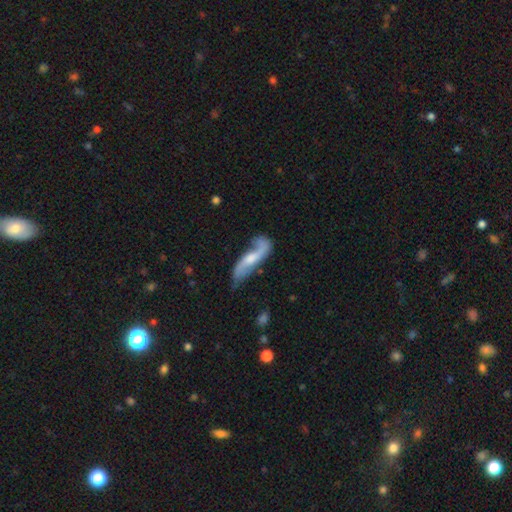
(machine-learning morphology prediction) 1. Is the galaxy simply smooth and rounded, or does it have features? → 78% featured or disk, 16% smooth, 7% star or artifact.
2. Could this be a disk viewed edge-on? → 83% no, 17% yes.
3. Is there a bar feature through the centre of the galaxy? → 44% no, 37% weak, 18% strong.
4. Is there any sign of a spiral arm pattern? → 93% yes, 7% no.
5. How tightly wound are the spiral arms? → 64% loose, 26% medium, 10% tight.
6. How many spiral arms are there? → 88% 2, 5% can't tell, 4% 1, 1% 3, 1% 4, 1% more than 4.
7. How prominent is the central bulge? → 46% moderate, 39% small, 8% none, 5% large, 1% dominant.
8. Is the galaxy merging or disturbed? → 67% none, 20% minor disturbance, 9% major disturbance, 4% merger.